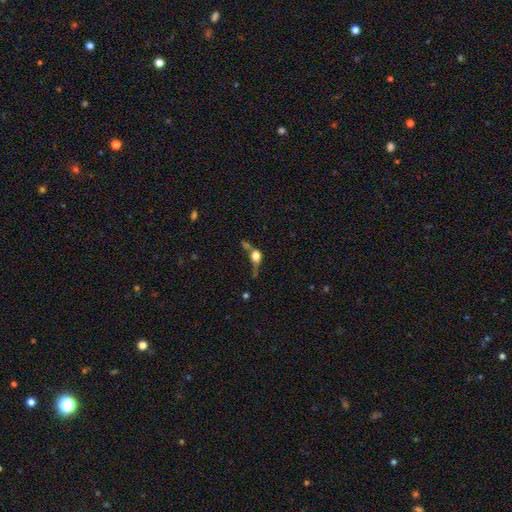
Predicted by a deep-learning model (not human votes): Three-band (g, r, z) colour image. It shows a smooth galaxy with no disk features (61%) that is round (54%). Merging: merger (29%).